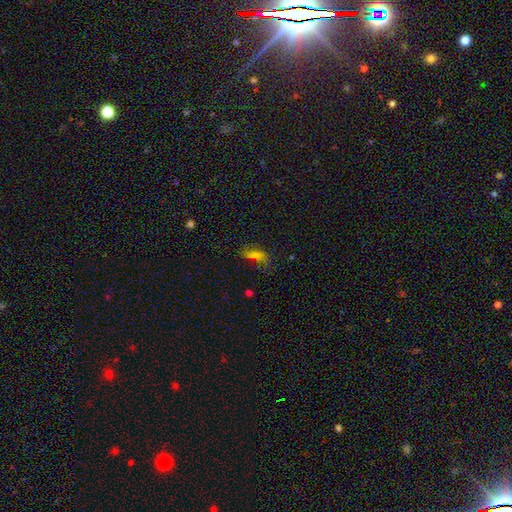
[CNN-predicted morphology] Overall: smooth (66%). How rounded: in between (67%; cigar-shaped 29%). Merging: none (54%; minor disturbance 27%).